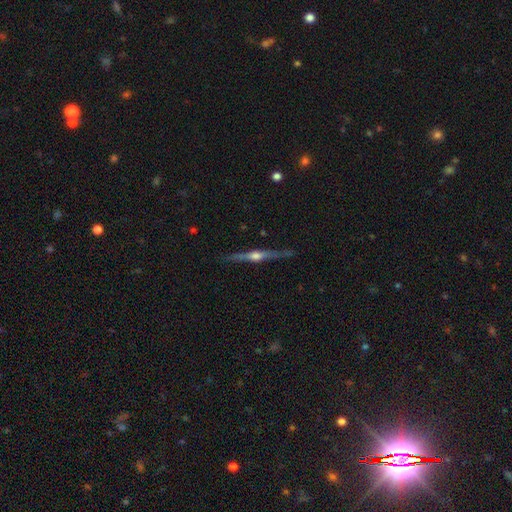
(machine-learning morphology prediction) A featured or disk galaxy (80%) viewed edge-on (98%) with a rounded central bulge (91%). Merging: none (87%).